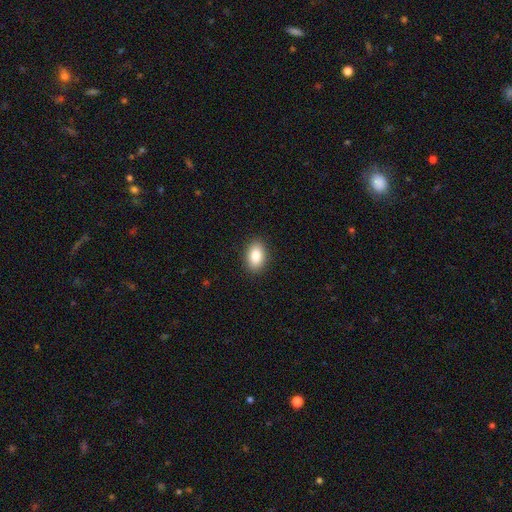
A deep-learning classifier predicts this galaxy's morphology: Smooth or featured? Predicted: smooth (p=0.86). How rounded? Predicted: in between (p=0.89). Merging? Predicted: none (p=0.90).